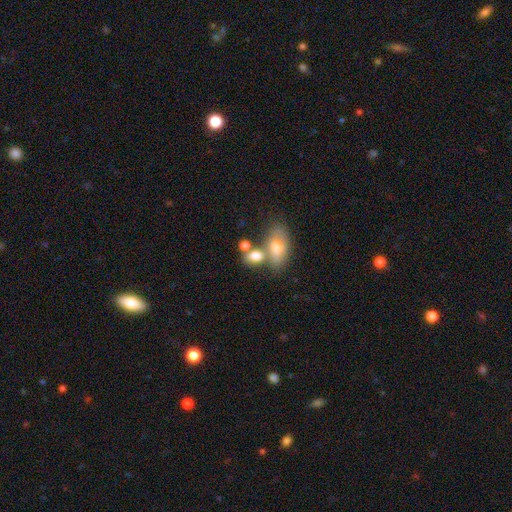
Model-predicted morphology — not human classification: Smooth or featured? Predicted: smooth (p=0.74). How rounded? Predicted: in between (p=0.77). Merging? Predicted: merger (p=0.44).